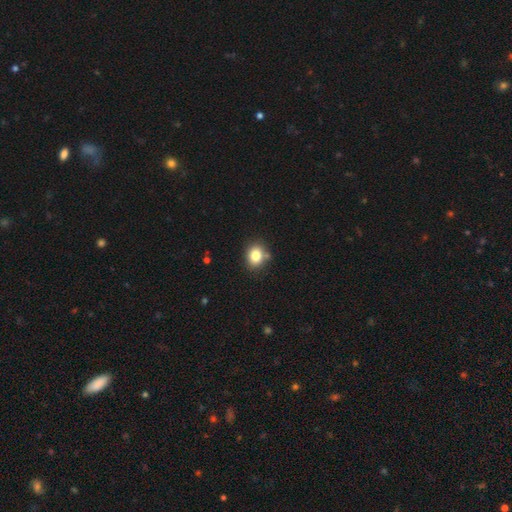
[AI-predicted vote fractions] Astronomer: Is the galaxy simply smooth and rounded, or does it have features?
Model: smooth — 81%.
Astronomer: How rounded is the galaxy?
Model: round — 62% (runner-up: in between, 38%).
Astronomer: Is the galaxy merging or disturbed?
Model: none — 78%.